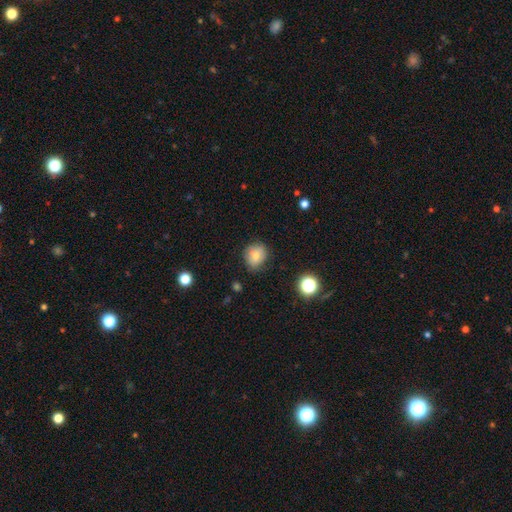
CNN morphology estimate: A smooth galaxy with no disk features (73%) that is round (72%). Merging: none (72%).